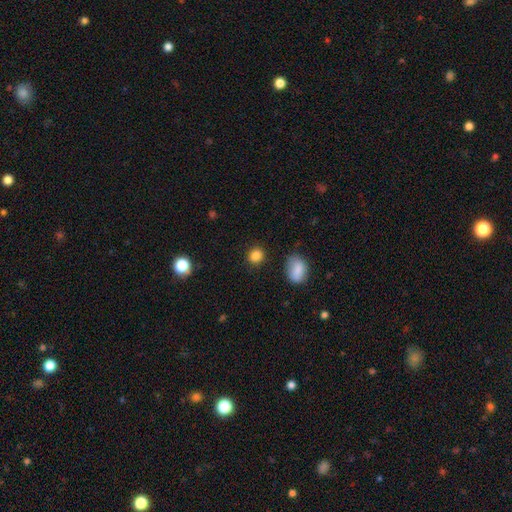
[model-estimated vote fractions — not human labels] This appears to be a smooth galaxy with no disk features (85%) that is round (76%). Merging: none (85%).